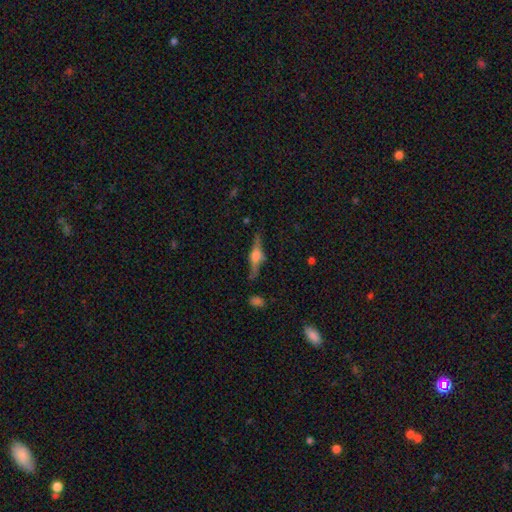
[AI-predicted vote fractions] This appears to be a featured or disk galaxy (72%) viewed edge-on (96%) with a rounded central bulge (88%). Merging: none (81%).